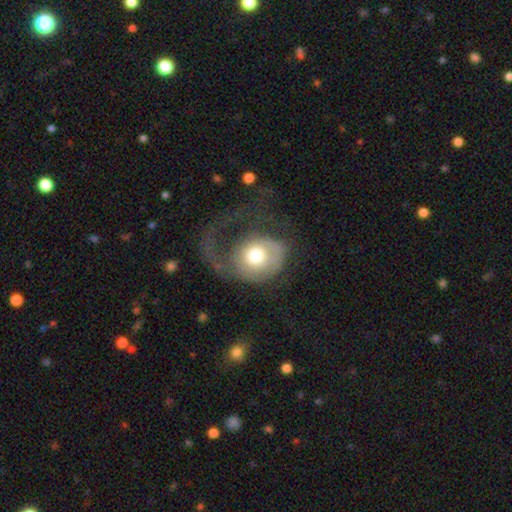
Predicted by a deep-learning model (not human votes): Smooth or featured? Predicted: featured or disk (p=0.48). Merging? Predicted: major disturbance (p=0.58).